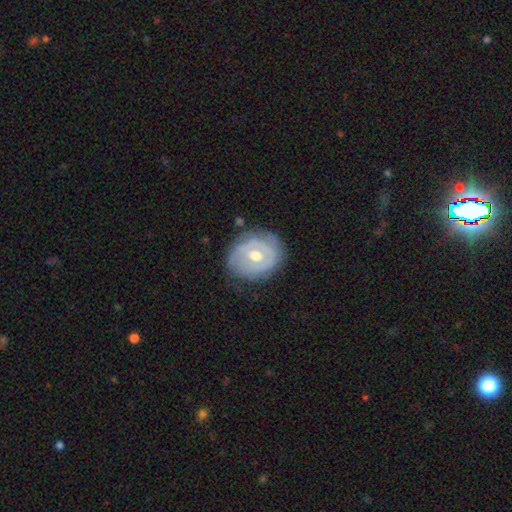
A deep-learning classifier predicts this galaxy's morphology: The model was most divided on "spiral arms": yes: 64%, no: 36%. More confident: edge-on disk — no (96%); bulge size — moderate (80%); smooth or featured — featured or disk (72%); merging — none (72%); bar — no (59%).